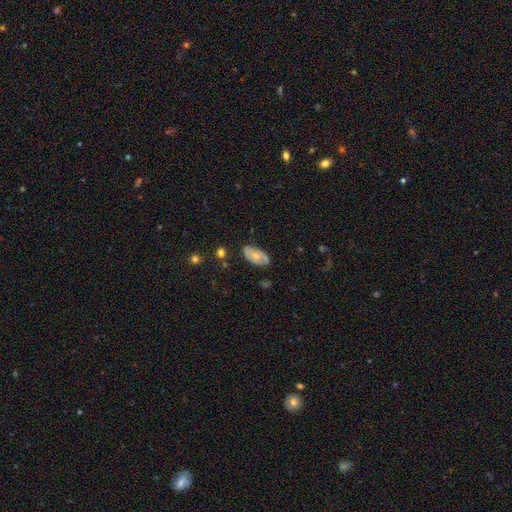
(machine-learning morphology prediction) Overall: featured or disk (49%; smooth 44%). Merging: none (74%).